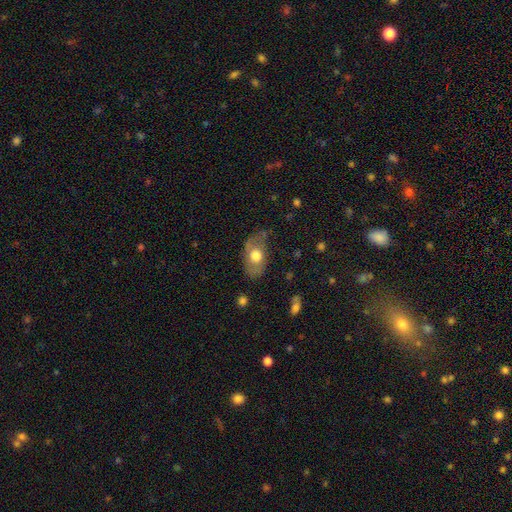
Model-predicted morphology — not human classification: A smooth galaxy with no disk features (58%) that is in between round and cigar-shaped (86%). Merging: none (63%).